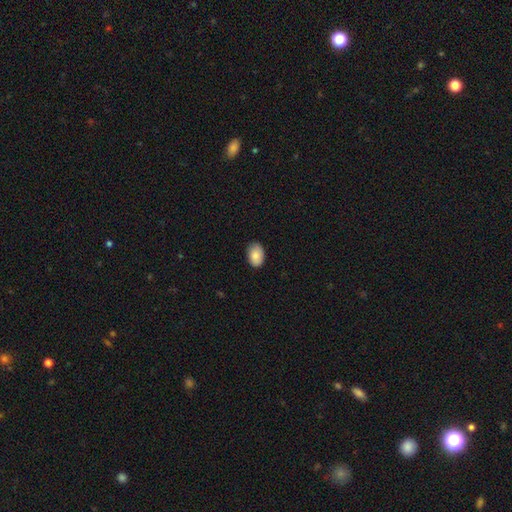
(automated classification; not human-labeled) Smooth or featured: smooth — 85% (featured or disk — 8%)
How rounded: in between — 83% (round — 16%)
Merging: none — 81% (minor disturbance — 16%)